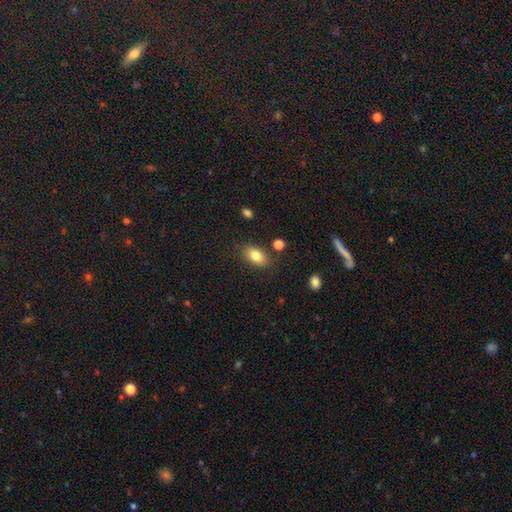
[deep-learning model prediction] Q: Smooth or featured?
A: smooth (82%); runner-up: featured or disk (10%)
Q: How rounded?
A: in between (88%); runner-up: round (9%)
Q: Merging?
A: none (82%); runner-up: minor disturbance (12%)